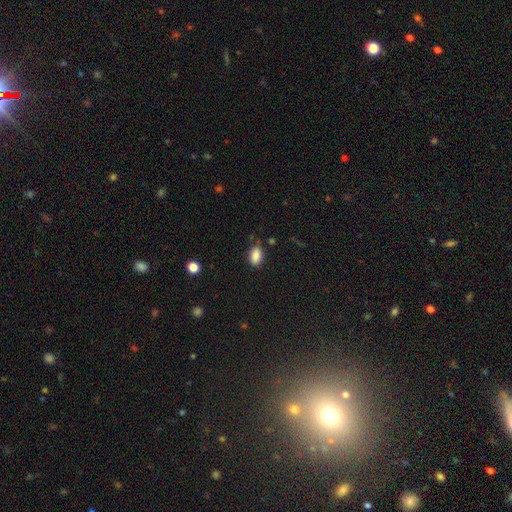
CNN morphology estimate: Smooth or featured?
  - smooth: 87% *
  - star or artifact: 9%
  - featured or disk: 4%
How rounded?
  - in between: 89% *
  - round: 8%
  - cigar-shaped: 3%
Merging?
  - none: 77% *
  - minor disturbance: 17%
  - major disturbance: 3%
  - merger: 3%